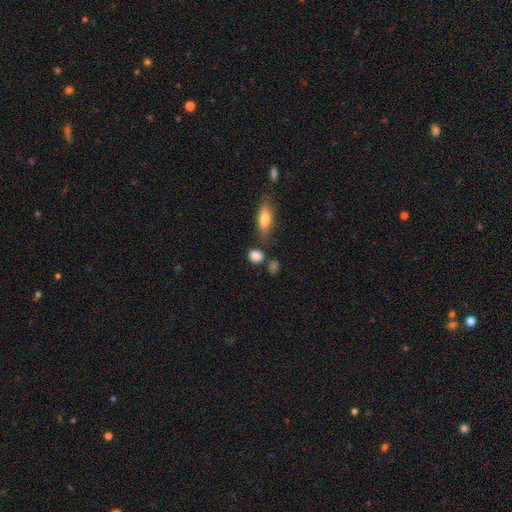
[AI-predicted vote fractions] A smooth galaxy with no disk features (85%) that is round (61%).

Vote fractions:
- Smooth or featured? smooth: 85% / star or artifact: 9% / featured or disk: 6%
- How rounded? round: 61% / in between: 35% / cigar-shaped: 4%
- Merging? none: 71% / minor disturbance: 14% / merger: 11% / major disturbance: 4%